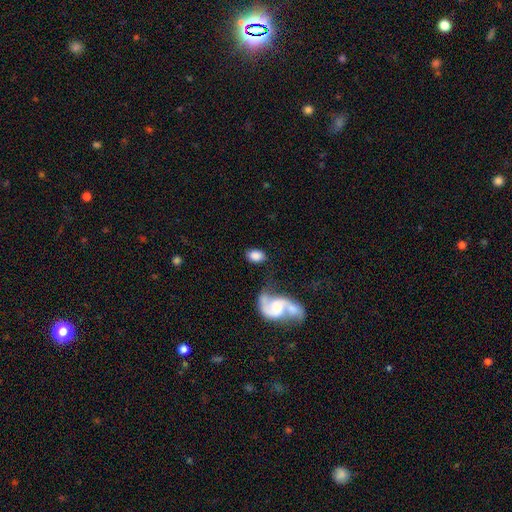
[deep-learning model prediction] smooth_or_featured: smooth (p=0.73) [alt: featured or disk p=0.20]
how_rounded: in between (p=0.83) [alt: round p=0.15]
merging: none (p=0.57) [alt: merger p=0.17]